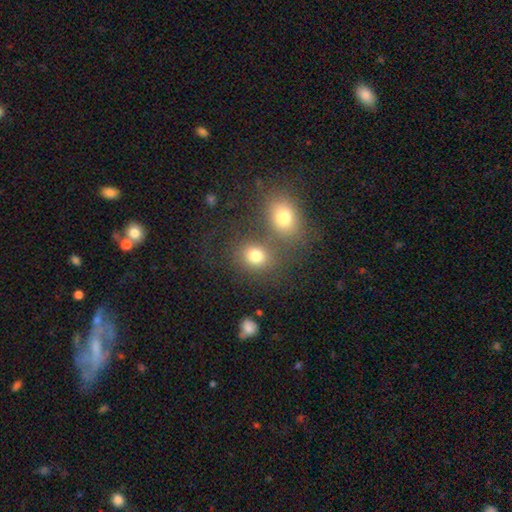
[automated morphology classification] type=smooth (77%); roundness=round (63%); merging=none (56%).